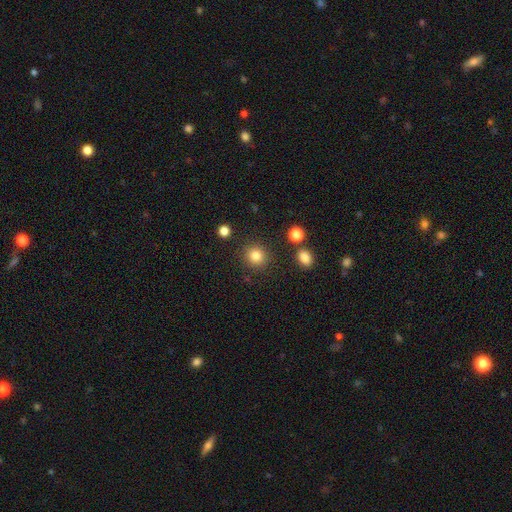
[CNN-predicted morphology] Smooth or featured? Predicted: smooth (p=0.84). How rounded? Predicted: round (p=0.88). Merging? Predicted: none (p=0.87).